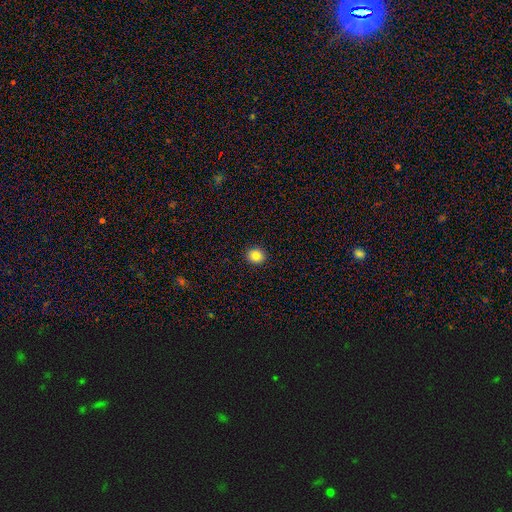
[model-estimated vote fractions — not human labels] This is clearly a smooth galaxy (85%). How rounded: clearly round (88%). Merging: clearly none (93%).